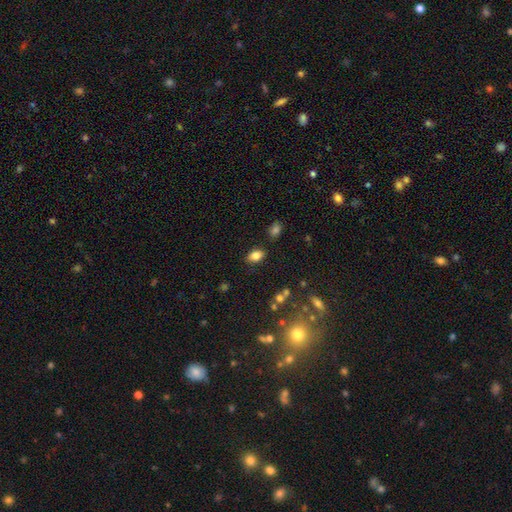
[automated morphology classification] Q: Smooth or featured?
A: smooth (82%); runner-up: star or artifact (10%)
Q: How rounded?
A: in between (87%); runner-up: round (11%)
Q: Merging?
A: none (83%); runner-up: minor disturbance (11%)